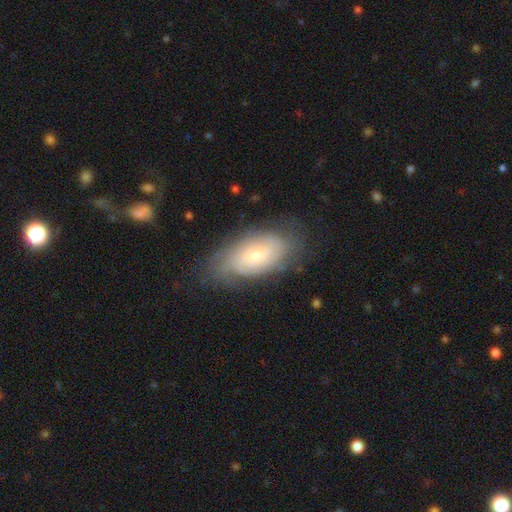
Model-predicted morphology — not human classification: Smooth or featured? featured or disk (58%)
Edge-on disk? no (92%)
Bar? no (75%)
Spiral arms? yes (81%)
Bulge size? small (64%)
Merging? none (71%)